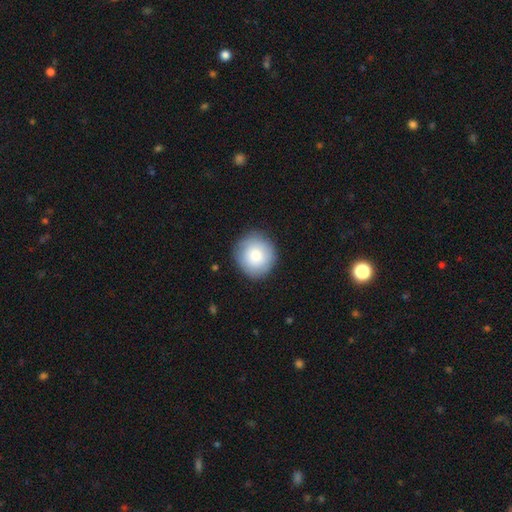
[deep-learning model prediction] Smooth or featured?
  - smooth: 82% *
  - featured or disk: 11%
  - star or artifact: 7%
How rounded?
  - round: 90% *
  - in between: 9%
  - cigar-shaped: 1%
Merging?
  - none: 87% *
  - minor disturbance: 10%
  - major disturbance: 3%
  - merger: 1%